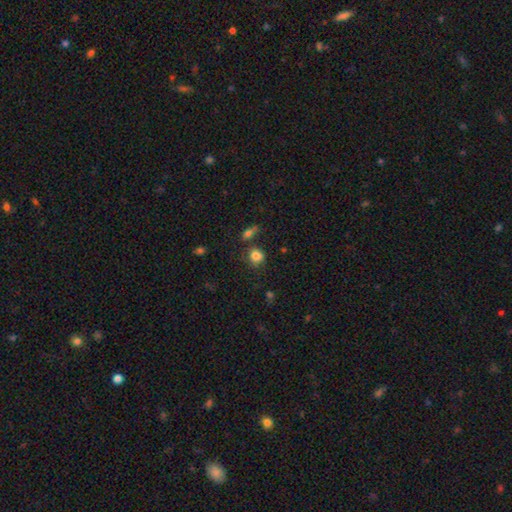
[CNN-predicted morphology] type=smooth (82%); roundness=round (72%); merging=none (63%).